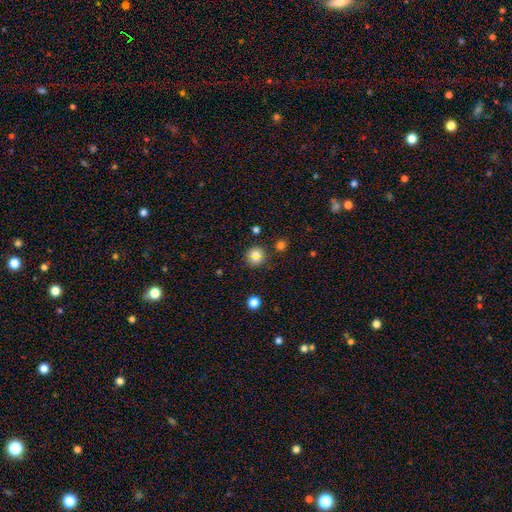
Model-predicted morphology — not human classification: Smooth or featured: smooth — 70% (star or artifact — 21%)
How rounded: round — 89% (in between — 9%)
Merging: none — 82% (minor disturbance — 9%)